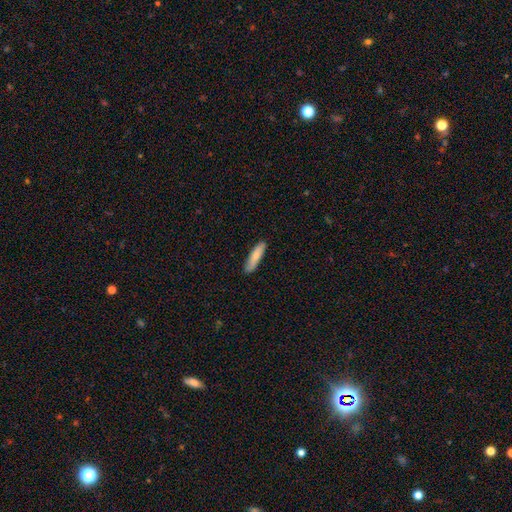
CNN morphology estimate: smooth-or-featured: smooth: 81% | featured or disk: 14% | star or artifact: 5%
  how-rounded: cigar-shaped: 77% | in between: 22% | round: 1%
  merging: none: 86% | minor disturbance: 11% | major disturbance: 2% | merger: 1%